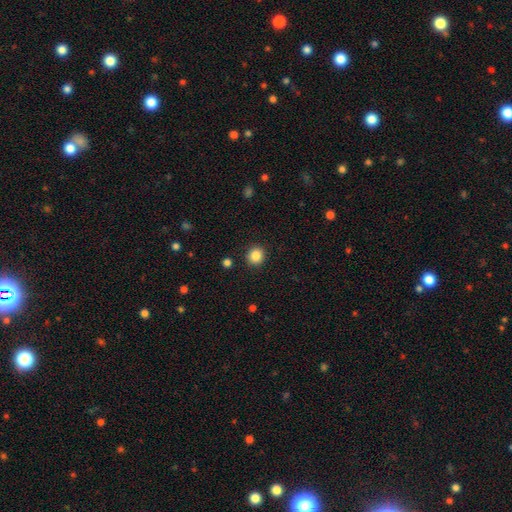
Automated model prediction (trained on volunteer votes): smooth 86%, star or artifact 10%, featured or disk 4%. Down the decision tree: how rounded — round (87%); merging — none (91%).